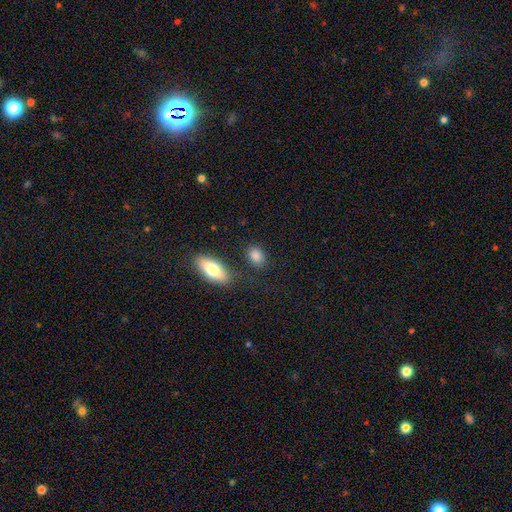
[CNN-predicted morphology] The model was most divided on "how rounded": in between: 76%, round: 21%, cigar-shaped: 3%. More confident: smooth or featured — smooth (86%); merging — none (79%).